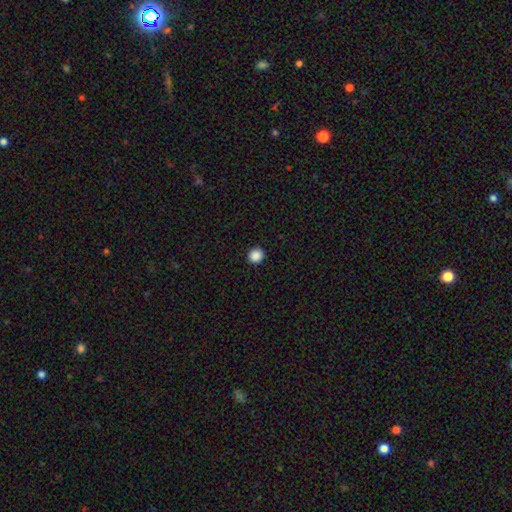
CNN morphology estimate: Overall: smooth (88%). How rounded: round (90%). Merging: none (93%).